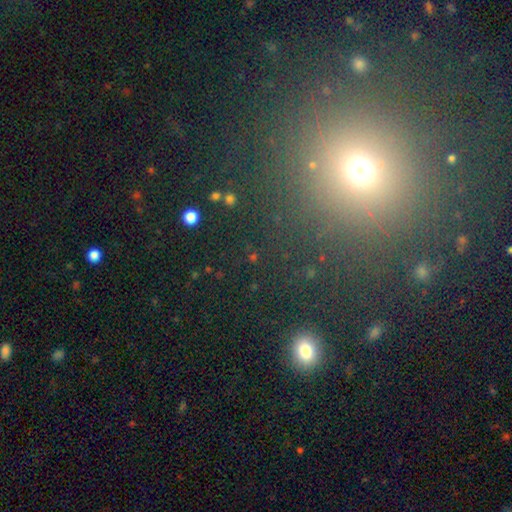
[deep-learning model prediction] Smooth or featured? Predicted: star or artifact (p=0.49).